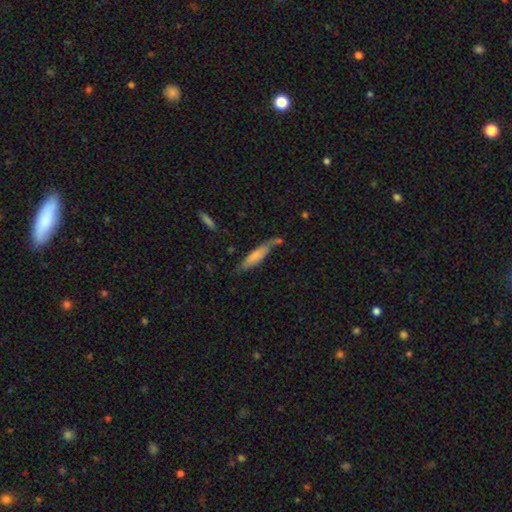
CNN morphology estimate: Smooth or featured: smooth — 67% (featured or disk — 27%)
How rounded: cigar-shaped — 78% (in between — 21%)
Merging: none — 56% (minor disturbance — 26%)